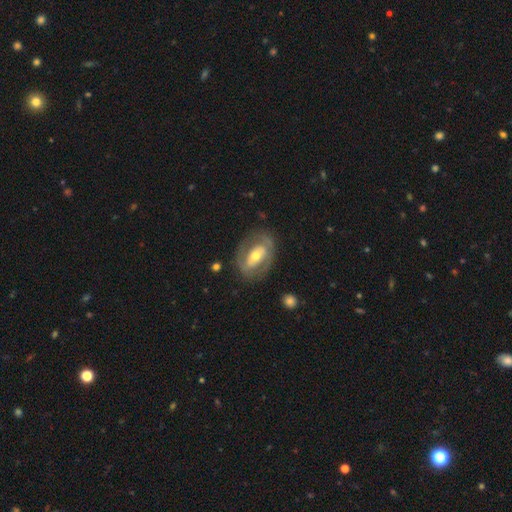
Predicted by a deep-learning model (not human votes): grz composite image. It shows a featured or disk galaxy (67%) with no bar (36%, tied with strong), no spiral arms (55%) and a moderate central bulge (66%). Merging: none (73%).